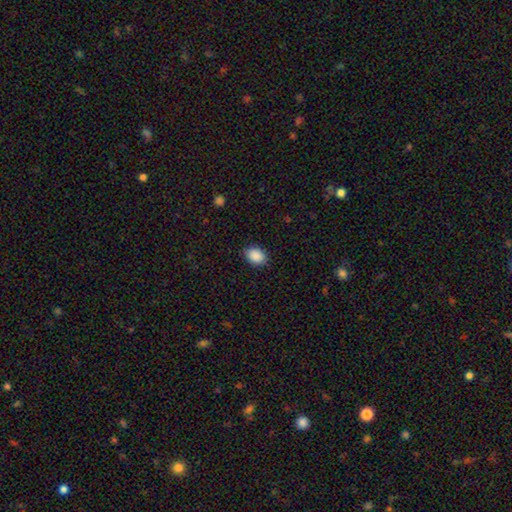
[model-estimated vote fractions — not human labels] A smooth galaxy with no disk features (90%) that is in between round and cigar-shaped (71%). Merging: none (87%).